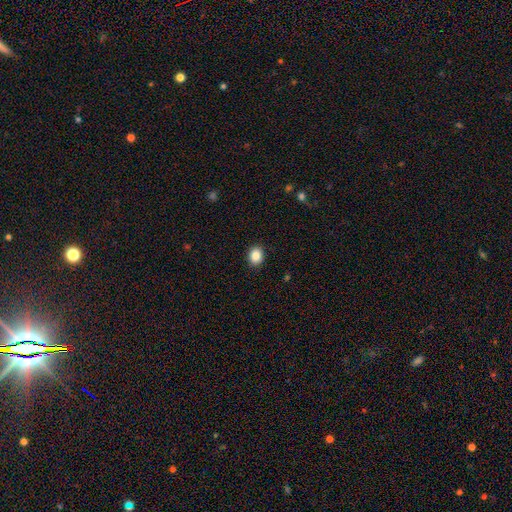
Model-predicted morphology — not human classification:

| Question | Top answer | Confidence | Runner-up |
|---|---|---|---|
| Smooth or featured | smooth | 87% | star or artifact (9%) |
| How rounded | round | 50% | in between (49%) |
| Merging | none | 90% | minor disturbance (7%) |